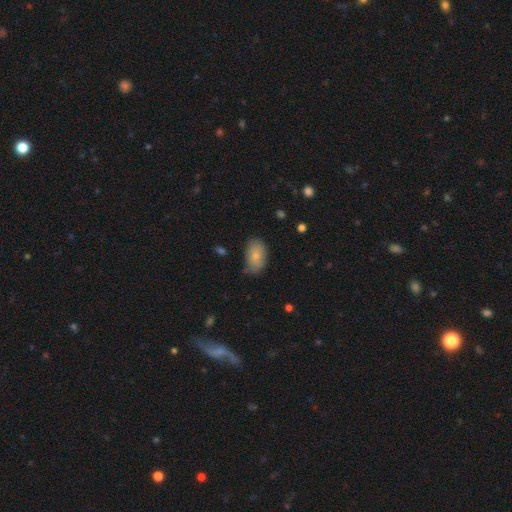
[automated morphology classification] Smooth or featured?
  - smooth: 77% *
  - featured or disk: 16%
  - star or artifact: 7%
How rounded?
  - in between: 91% *
  - round: 8%
  - cigar-shaped: 1%
Merging?
  - none: 70% *
  - minor disturbance: 24%
  - major disturbance: 5%
  - merger: 2%